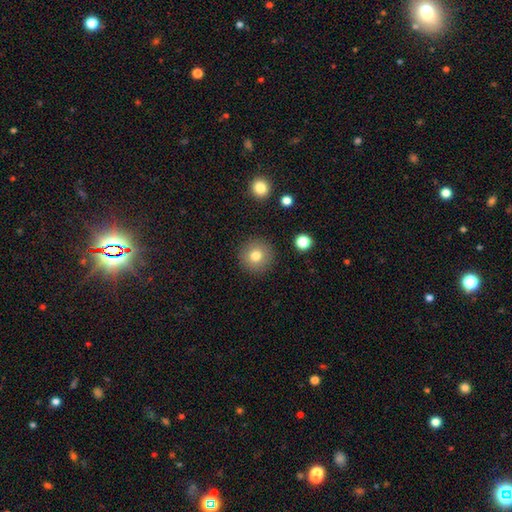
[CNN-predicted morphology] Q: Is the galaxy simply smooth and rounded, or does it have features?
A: smooth — 79%.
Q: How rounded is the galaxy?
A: round — 95%.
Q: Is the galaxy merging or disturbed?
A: none — 90%.